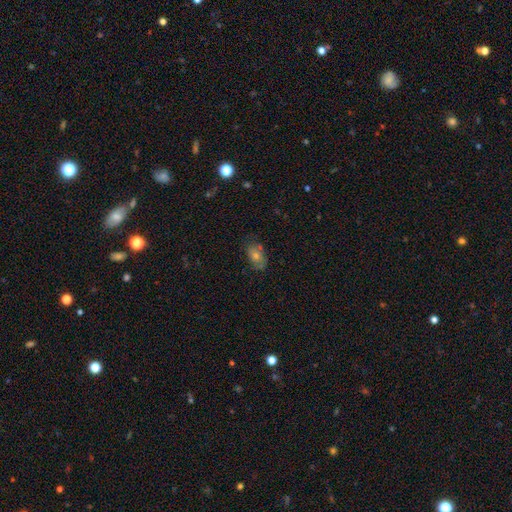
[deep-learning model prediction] smooth 48%, featured or disk 33%, star or artifact 19%. Down the decision tree: merging — none (73%).